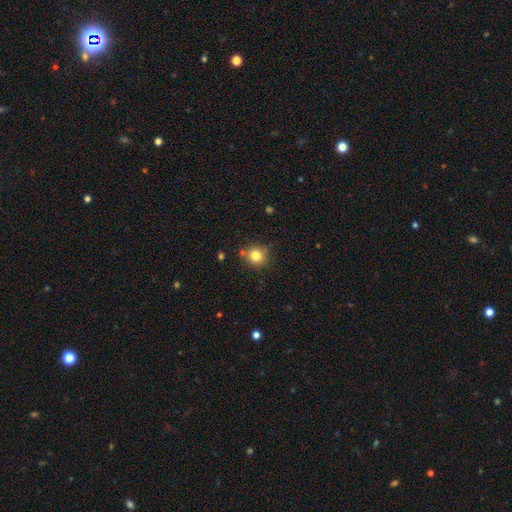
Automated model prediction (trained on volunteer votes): Smooth or featured? smooth (81%)
How rounded? round (90%)
Merging? none (79%)